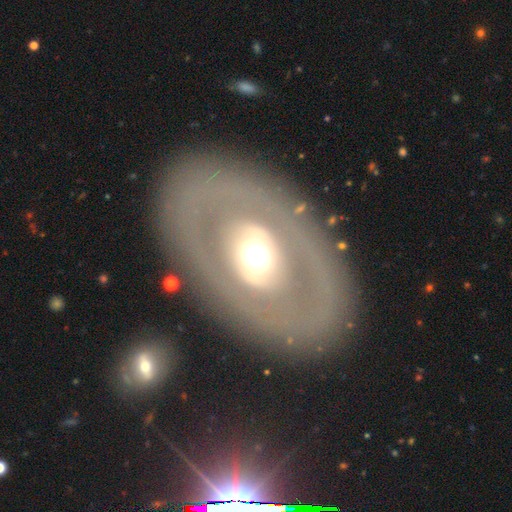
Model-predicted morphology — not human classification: Smooth or featured: featured or disk — 67% (smooth — 27%)
Edge-on disk: no — 91% (yes — 9%)
Bar: no — 76% (weak — 15%)
Spiral arms: no — 83% (yes — 17%)
Bulge size: moderate — 58% (large — 28%)
Merging: none — 80% (minor disturbance — 10%)